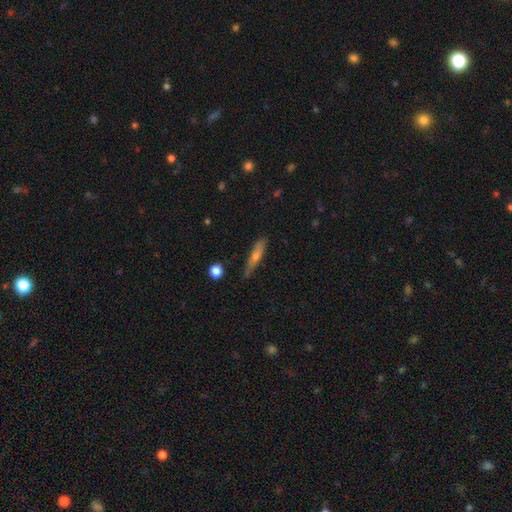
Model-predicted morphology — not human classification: smooth 48%, featured or disk 45%, star or artifact 7%. Down the decision tree: merging — none (82%).